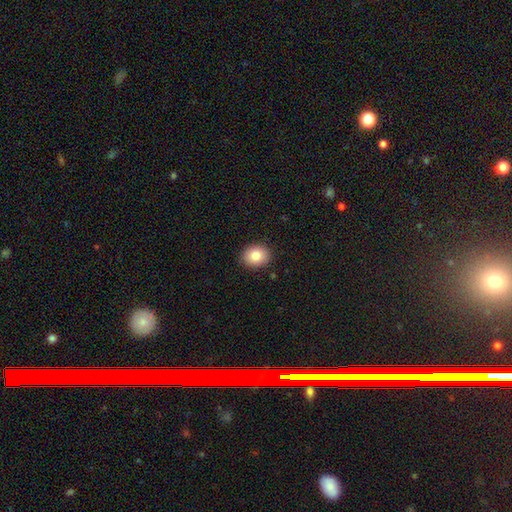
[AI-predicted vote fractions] Smooth or featured?
  - smooth: 83% *
  - star or artifact: 9%
  - featured or disk: 8%
How rounded?
  - round: 55% *
  - in between: 44%
  - cigar-shaped: 1%
Merging?
  - none: 89% *
  - minor disturbance: 8%
  - major disturbance: 2%
  - merger: 1%